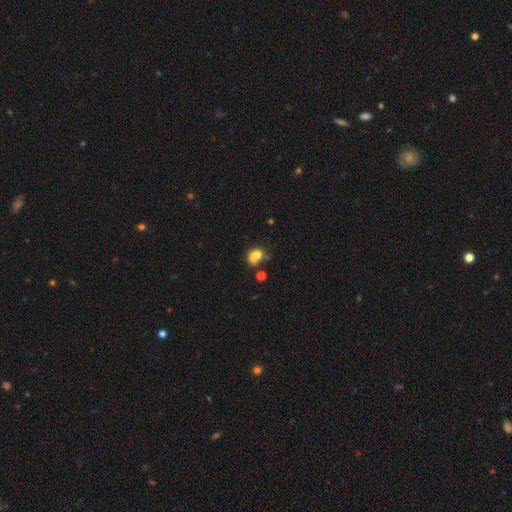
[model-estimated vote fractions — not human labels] The model was most divided on "how rounded": round: 57%, in between: 42%, cigar-shaped: 1%. Remaining: smooth or featured — smooth (71%); merging — merger (48%).